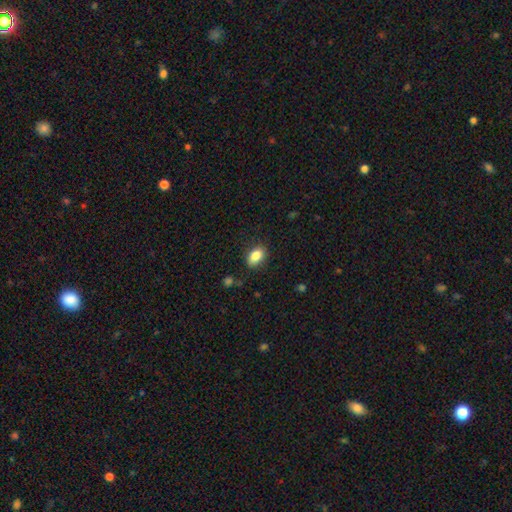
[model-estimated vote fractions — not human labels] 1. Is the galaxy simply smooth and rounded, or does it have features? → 85% smooth, 8% star or artifact, 6% featured or disk.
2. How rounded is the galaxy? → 87% in between, 11% round, 2% cigar-shaped.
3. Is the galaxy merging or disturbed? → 84% none, 12% minor disturbance, 3% major disturbance, 1% merger.